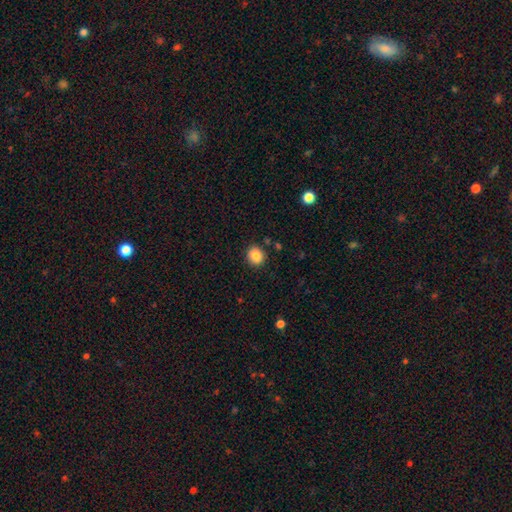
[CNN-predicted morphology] A smooth galaxy with no disk features (85%) that is round (79%). Merging: none (87%).